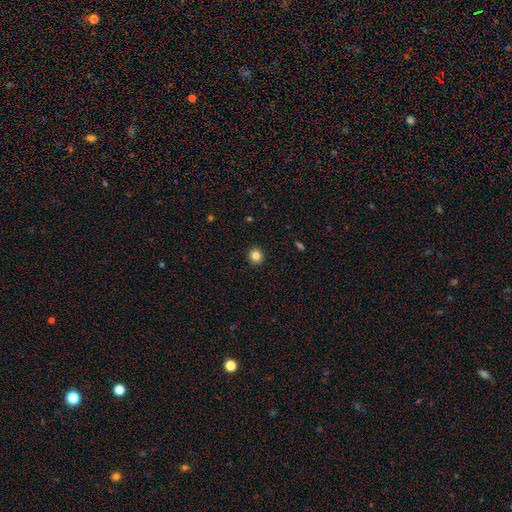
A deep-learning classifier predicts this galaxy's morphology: smooth_or_featured: smooth (p=0.84) [alt: star or artifact p=0.11]
how_rounded: round (p=0.89) [alt: in between p=0.10]
merging: none (p=0.92) [alt: minor disturbance p=0.05]